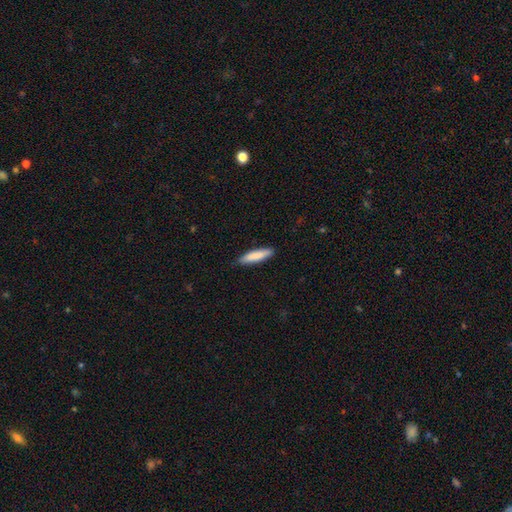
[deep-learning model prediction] This appears to be a smooth galaxy with no disk features (85%) that is cigar-shaped (76%). Merging: none (87%).